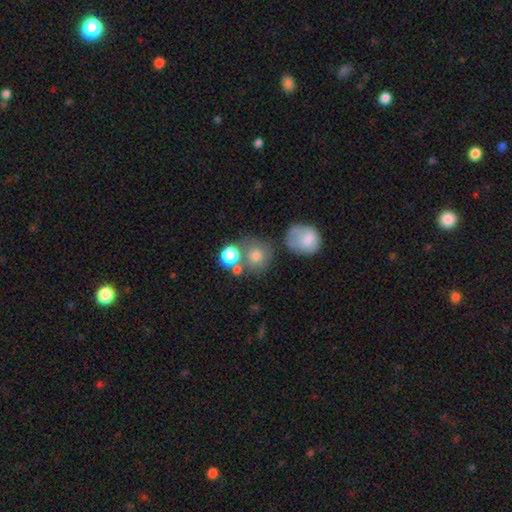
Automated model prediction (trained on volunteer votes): smooth_or_featured: smooth (p=0.74) [alt: star or artifact p=0.13]
how_rounded: round (p=0.85) [alt: in between p=0.14]
merging: none (p=0.57) [alt: merger p=0.24]